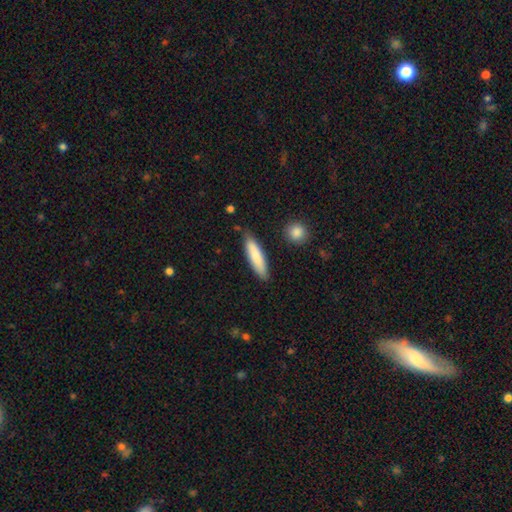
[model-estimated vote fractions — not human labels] The model was most divided on "how rounded": cigar-shaped: 74%, in between: 24%, round: 1%. More confident: merging — none (81%); smooth or featured — smooth (80%).